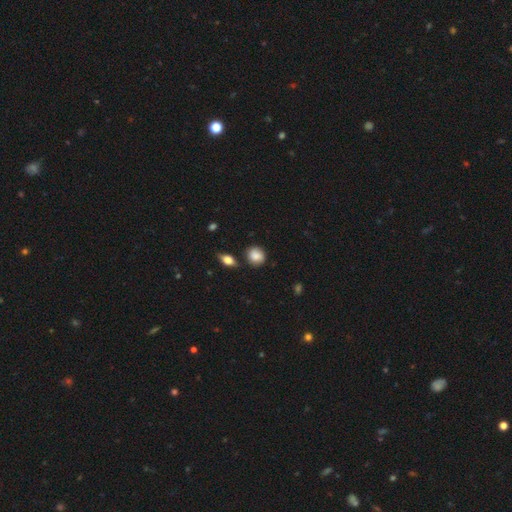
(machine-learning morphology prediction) Smooth or featured? Predicted: smooth (p=0.81). How rounded? Predicted: round (p=0.77). Merging? Predicted: none (p=0.76).